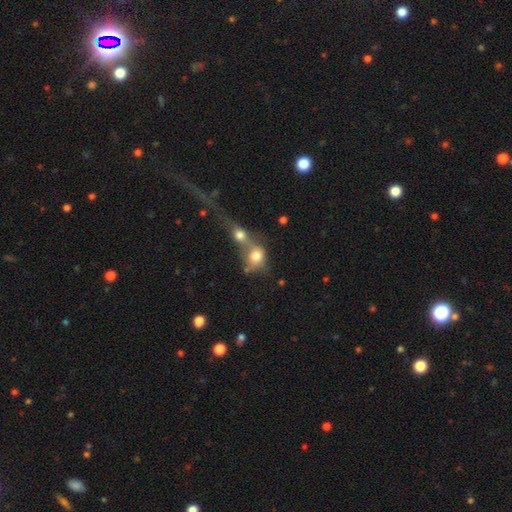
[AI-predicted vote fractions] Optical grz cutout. It shows a smooth galaxy with no disk features (72%) that is round (65%). Merging: merger (70%).